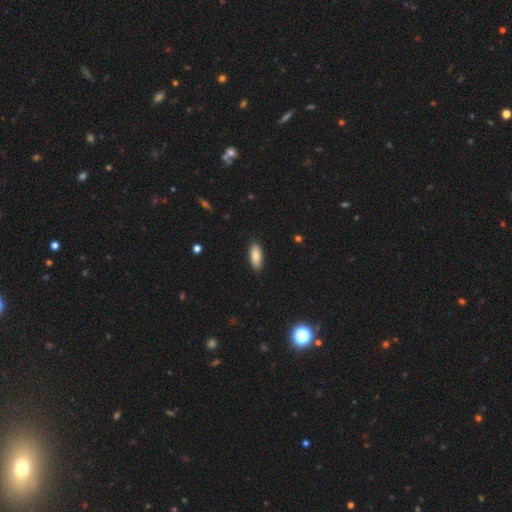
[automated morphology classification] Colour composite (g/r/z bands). It shows a smooth galaxy with no disk features (83%) that is in between round and cigar-shaped (79%). Merging: none (88%).